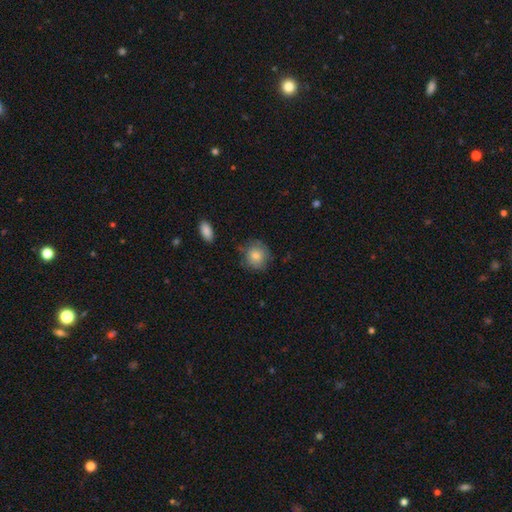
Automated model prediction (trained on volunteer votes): This appears to be a smooth galaxy with no disk features (78%) that is round (87%). Merging: none (76%).